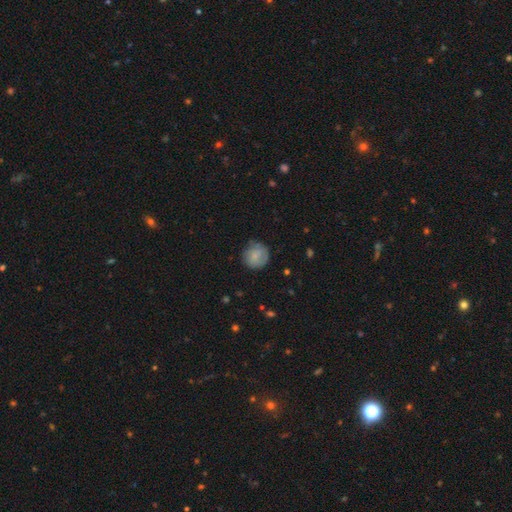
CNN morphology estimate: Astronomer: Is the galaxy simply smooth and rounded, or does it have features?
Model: smooth — 75%.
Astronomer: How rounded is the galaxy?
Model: round — 89%.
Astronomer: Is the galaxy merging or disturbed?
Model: none — 71%.